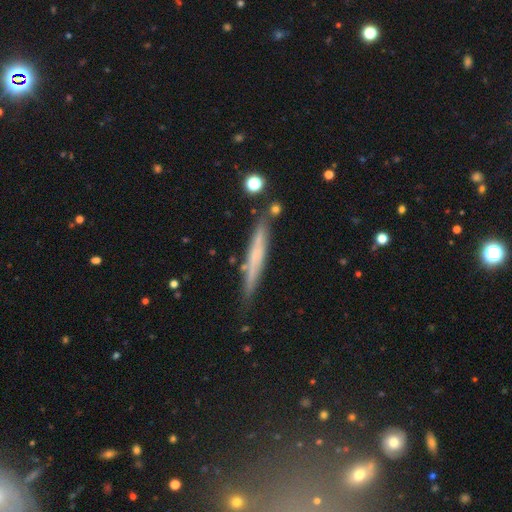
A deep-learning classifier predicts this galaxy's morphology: The model was most divided on "smooth or featured": smooth: 49%, featured or disk: 43%, star or artifact: 8%. More confident: merging — none (81%).